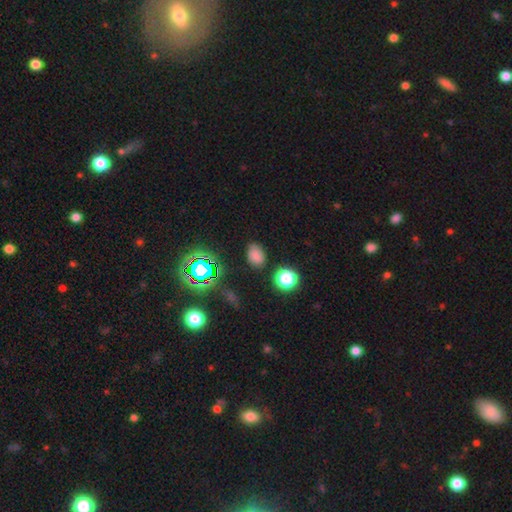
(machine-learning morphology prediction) Smooth or featured?
  - smooth: 73% *
  - star or artifact: 20%
  - featured or disk: 7%
How rounded?
  - in between: 78% *
  - round: 20%
  - cigar-shaped: 1%
Merging?
  - none: 82% *
  - minor disturbance: 12%
  - major disturbance: 3%
  - merger: 2%